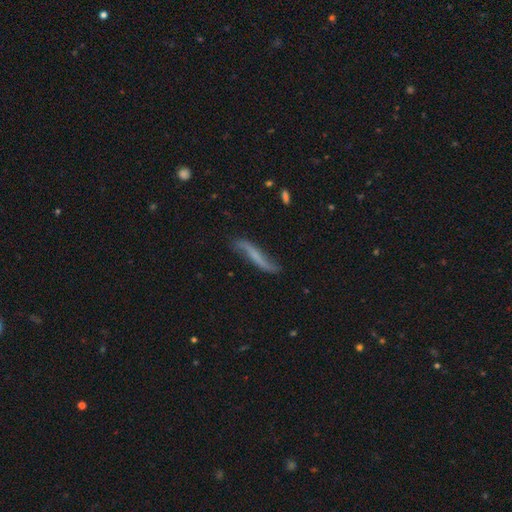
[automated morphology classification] Q: Smooth or featured?
A: featured or disk (66%); runner-up: smooth (27%)
Q: Edge-on disk?
A: no (65%); runner-up: yes (35%)
Q: Merging?
A: none (68%); runner-up: minor disturbance (22%)